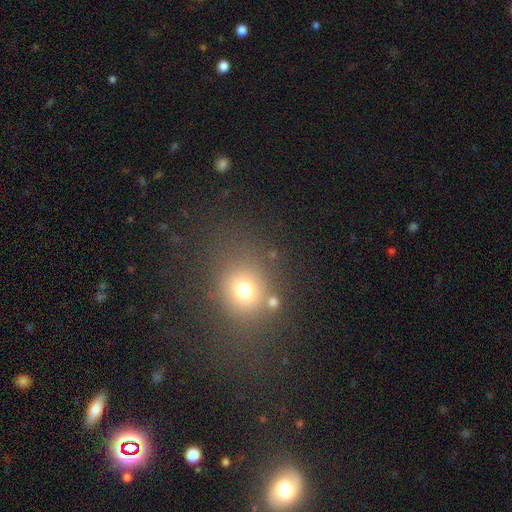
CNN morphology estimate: type=smooth (57%); roundness=round (70%); merging=none (75%).